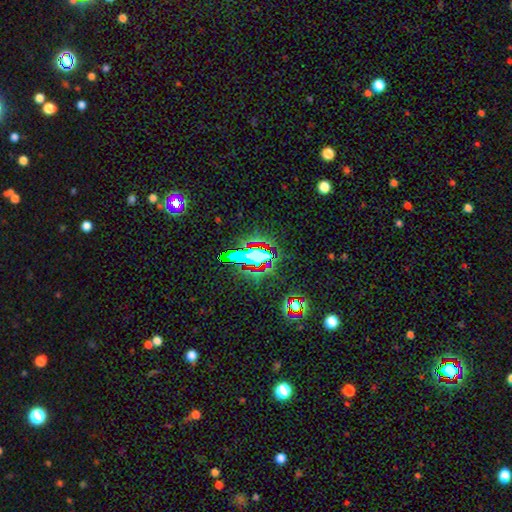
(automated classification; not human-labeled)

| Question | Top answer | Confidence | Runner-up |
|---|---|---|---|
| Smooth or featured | star or artifact | 58% | smooth (25%) |